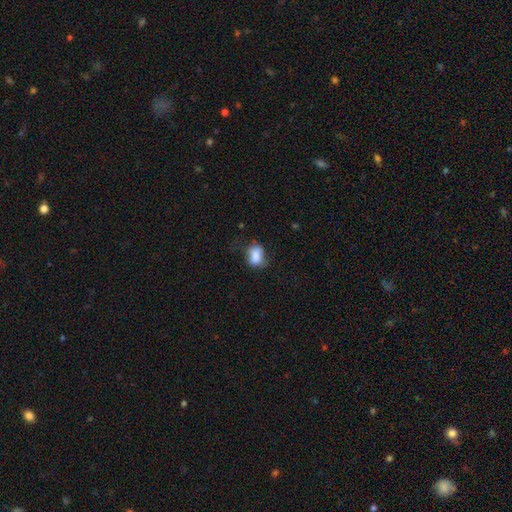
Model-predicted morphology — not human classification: This appears to be a smooth galaxy with no disk features (79%) that is in between round and cigar-shaped (74%). Merging: none (51%).